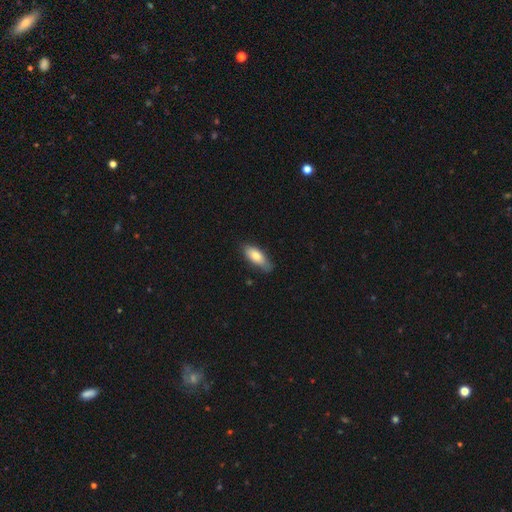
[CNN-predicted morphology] Smooth or featured: smooth — 79% (featured or disk — 15%)
How rounded: in between — 77% (cigar-shaped — 21%)
Merging: none — 72% (minor disturbance — 23%)